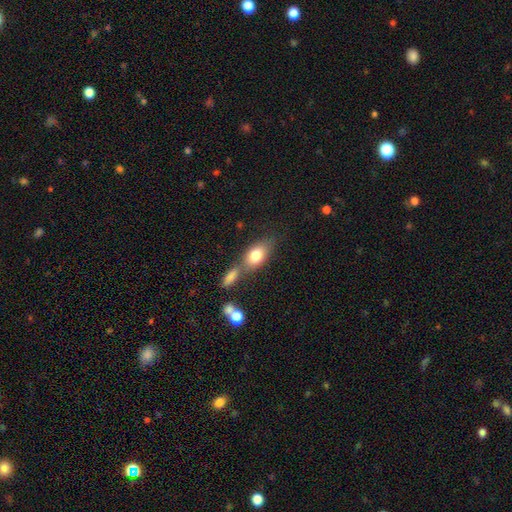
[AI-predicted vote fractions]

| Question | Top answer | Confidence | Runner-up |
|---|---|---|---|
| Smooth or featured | smooth | 78% | featured or disk (14%) |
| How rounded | in between | 83% | round (11%) |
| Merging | none | 45% | merger (36%) |